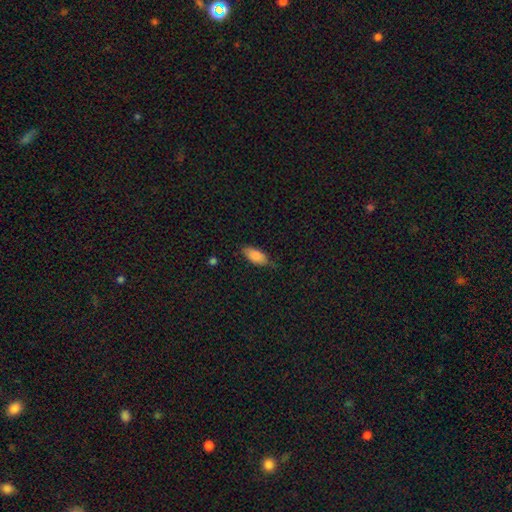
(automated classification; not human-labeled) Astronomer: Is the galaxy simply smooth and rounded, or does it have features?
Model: smooth — 87%.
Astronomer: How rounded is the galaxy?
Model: in between — 89%.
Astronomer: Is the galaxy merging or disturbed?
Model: none — 71%.